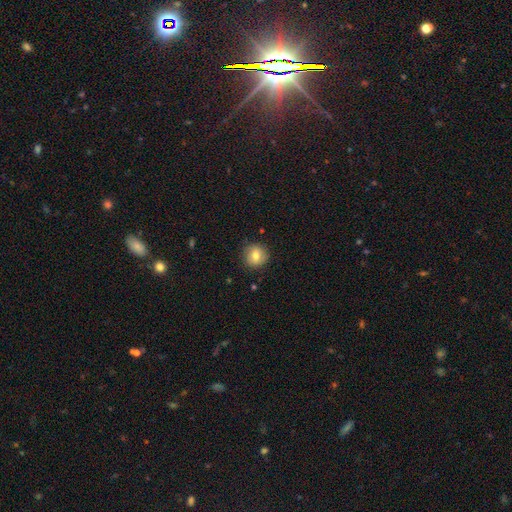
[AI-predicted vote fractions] Overall: smooth (75%). How rounded: round (91%). Merging: none (86%).